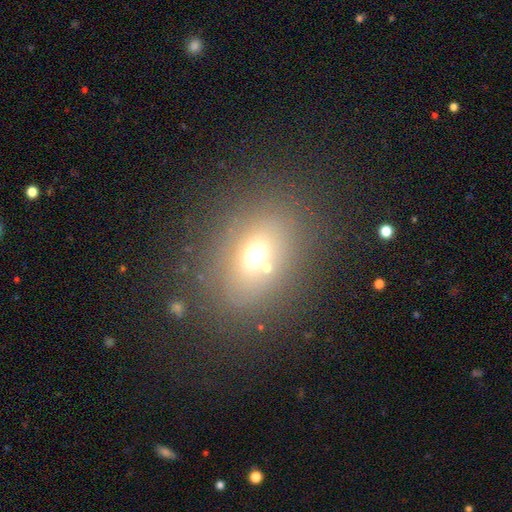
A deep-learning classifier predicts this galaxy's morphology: A smooth galaxy with no disk features (62%) that is in between round and cigar-shaped (60%). Merging: none (74%).